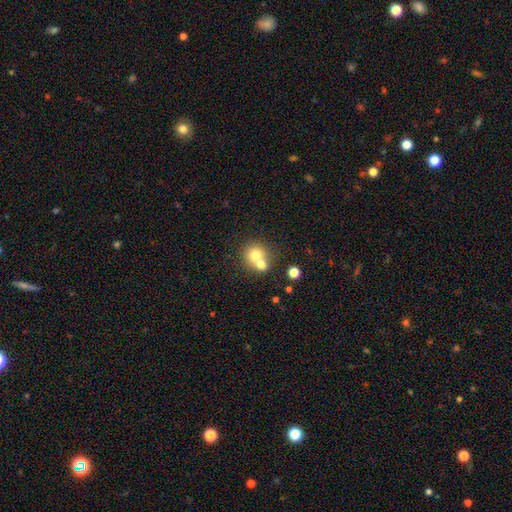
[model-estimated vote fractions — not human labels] A smooth galaxy with no disk features (70%) that is round (84%).

Vote fractions:
- Smooth or featured? smooth: 70% / featured or disk: 18% / star or artifact: 12%
- How rounded? round: 84% / in between: 15% / cigar-shaped: 1%
- Merging? merger: 55% / none: 37% / minor disturbance: 6% / major disturbance: 3%